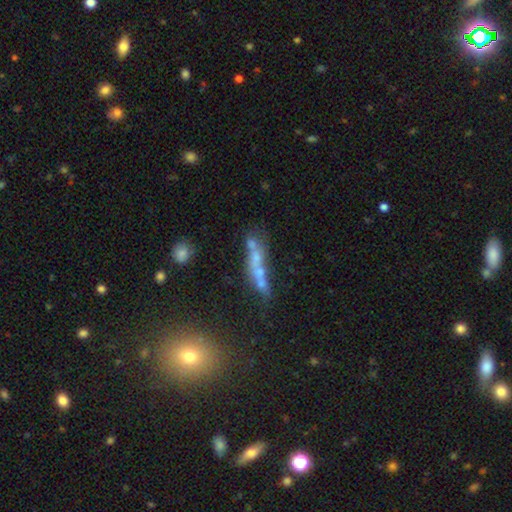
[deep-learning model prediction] Overall: featured or disk (44%; smooth 39%). Merging: merger (40%; none 34%).